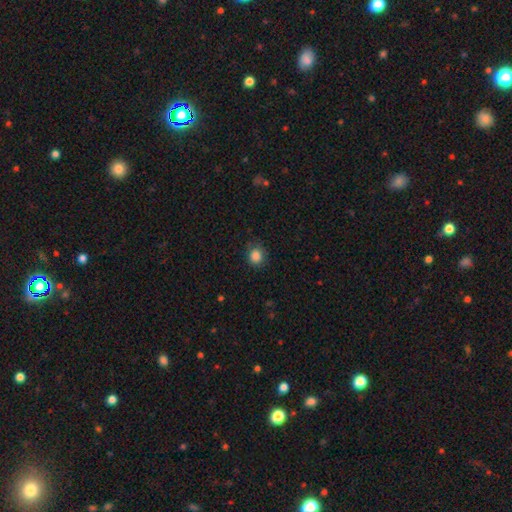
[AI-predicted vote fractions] Smooth or featured: smooth — 86% (star or artifact — 10%)
How rounded: round — 76% (in between — 23%)
Merging: none — 80% (minor disturbance — 15%)